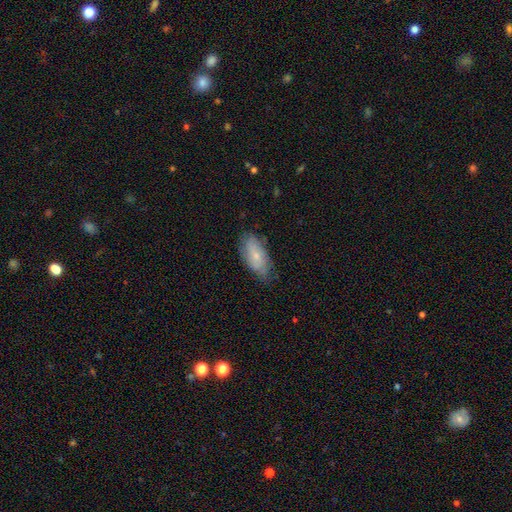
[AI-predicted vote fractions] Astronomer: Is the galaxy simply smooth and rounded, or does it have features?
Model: smooth — 50% (runner-up: featured or disk, 43%).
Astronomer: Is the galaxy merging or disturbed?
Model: none — 71%.